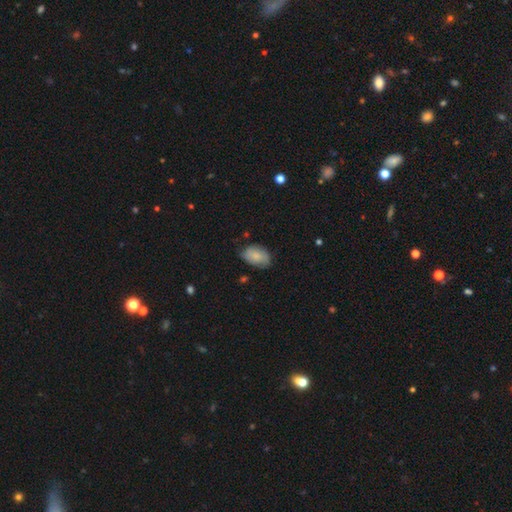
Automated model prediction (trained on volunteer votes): Smooth or featured?
  - smooth: 76% *
  - featured or disk: 17%
  - star or artifact: 7%
How rounded?
  - in between: 86% *
  - round: 12%
  - cigar-shaped: 1%
Merging?
  - none: 64% *
  - minor disturbance: 29%
  - major disturbance: 6%
  - merger: 2%